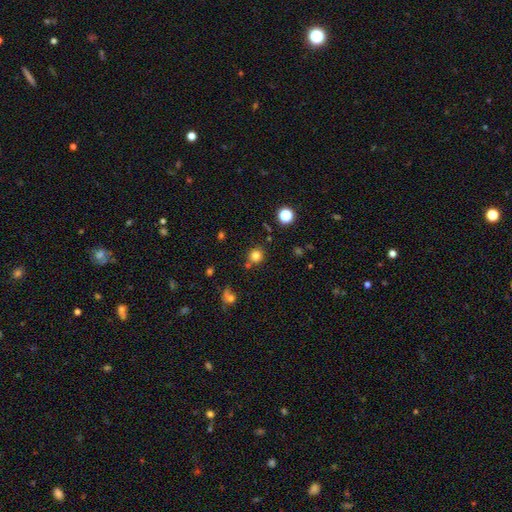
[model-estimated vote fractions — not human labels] Overall: smooth (79%). How rounded: round (90%). Merging: none (79%).